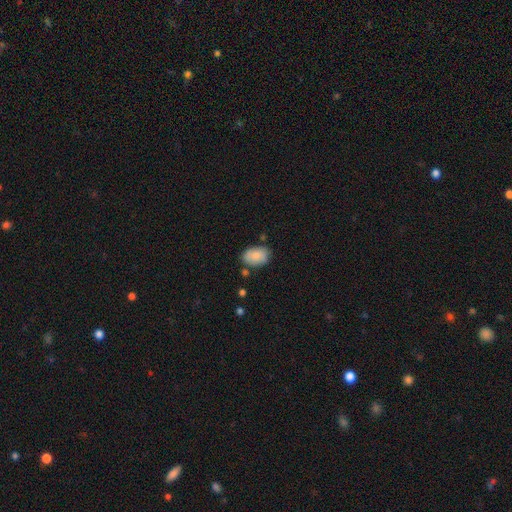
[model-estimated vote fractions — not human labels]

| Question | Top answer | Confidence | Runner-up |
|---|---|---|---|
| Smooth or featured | smooth | 84% | featured or disk (10%) |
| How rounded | in between | 86% | round (12%) |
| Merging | none | 76% | minor disturbance (17%) |